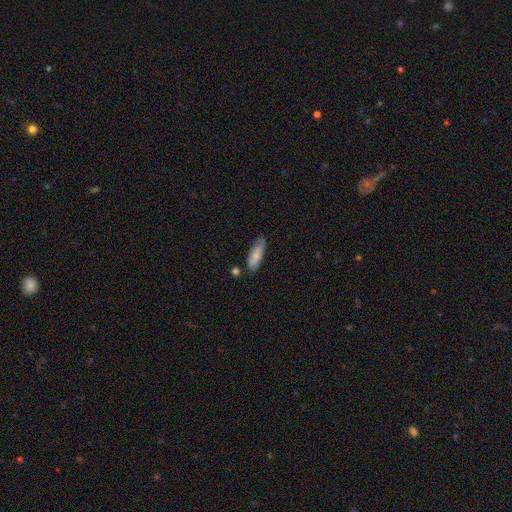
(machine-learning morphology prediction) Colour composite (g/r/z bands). It shows a smooth galaxy with no disk features (78%) that is in between round and cigar-shaped (51%). Merging: none (75%).